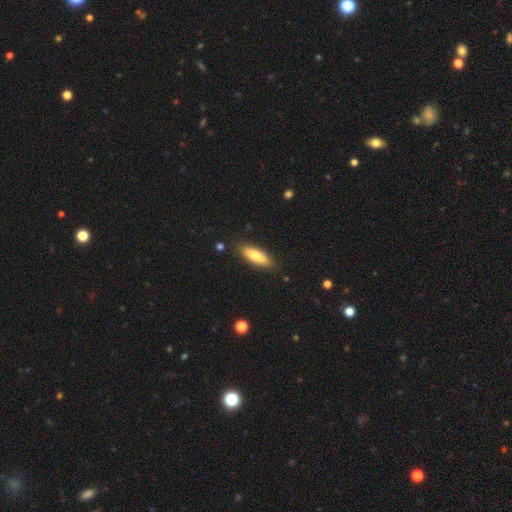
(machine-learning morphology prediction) Smooth or featured?
  - smooth: 78% *
  - featured or disk: 16%
  - star or artifact: 6%
How rounded?
  - in between: 52% *
  - cigar-shaped: 46%
  - round: 2%
Merging?
  - none: 87% *
  - minor disturbance: 10%
  - major disturbance: 2%
  - merger: 2%